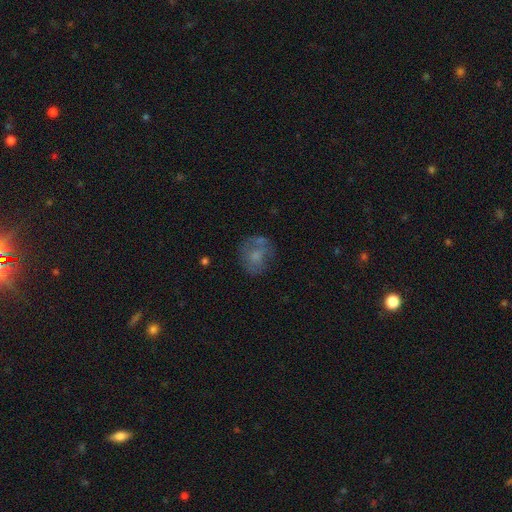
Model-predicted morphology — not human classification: This is likely a smooth galaxy (61%). How rounded: likely round (74%). Merging: possibly none (53%).